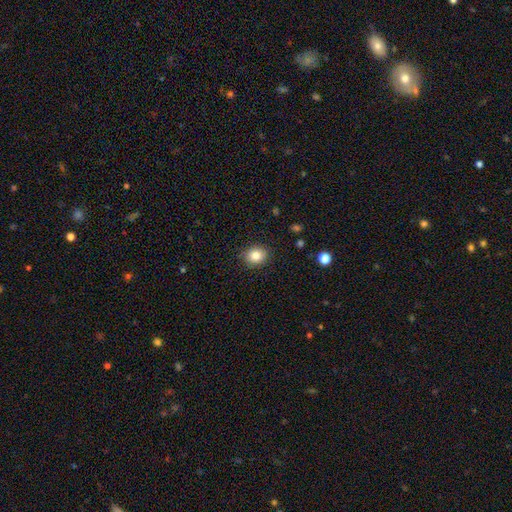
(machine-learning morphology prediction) type=smooth (83%); roundness=round (63%); merging=none (87%).